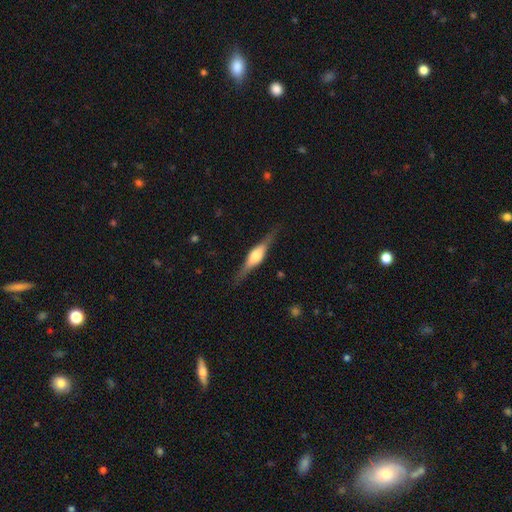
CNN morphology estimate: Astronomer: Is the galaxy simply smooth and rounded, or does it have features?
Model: featured or disk — 73%.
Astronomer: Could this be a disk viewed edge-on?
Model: yes — 97%.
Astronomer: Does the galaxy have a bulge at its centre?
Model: rounded — 86%.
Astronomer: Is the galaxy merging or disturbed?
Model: none — 86%.